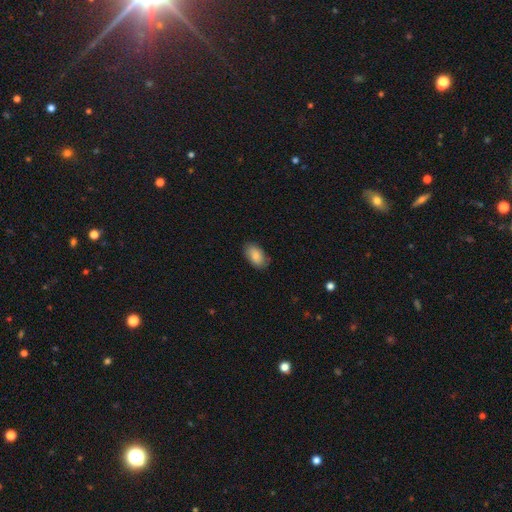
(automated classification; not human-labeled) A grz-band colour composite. It shows a smooth galaxy with no disk features (83%) that is in between round and cigar-shaped (93%). Merging: none (79%).